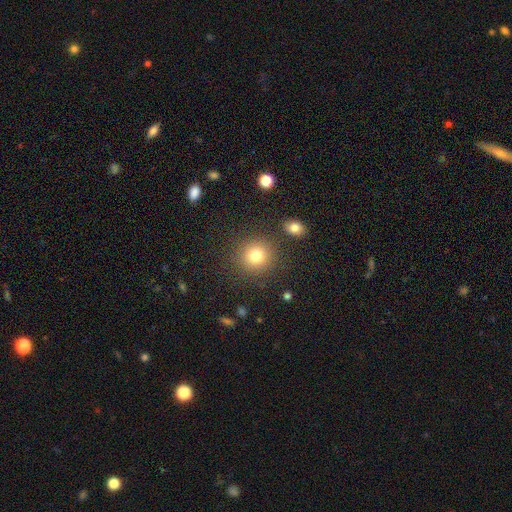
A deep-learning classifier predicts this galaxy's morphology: type=smooth (80%); roundness=round (91%); merging=none (86%).